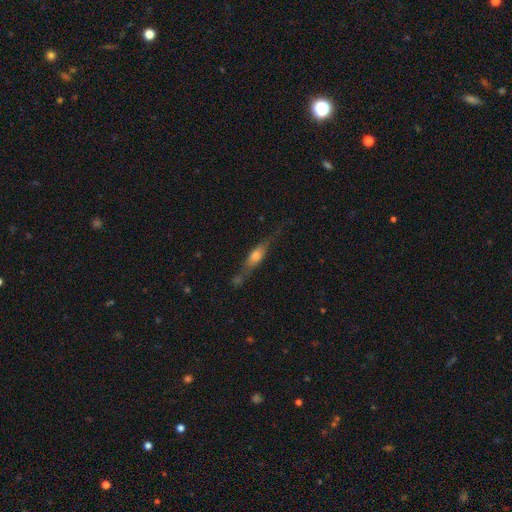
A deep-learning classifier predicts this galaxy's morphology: type=featured or disk (52%); edge-on=yes (86%); merging=none (62%).